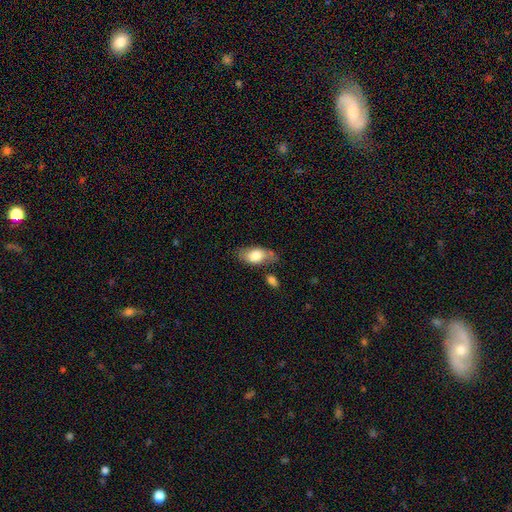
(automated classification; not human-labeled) Smooth or featured? Predicted: smooth (p=0.74). How rounded? Predicted: in between (p=0.89). Merging? Predicted: none (p=0.62).